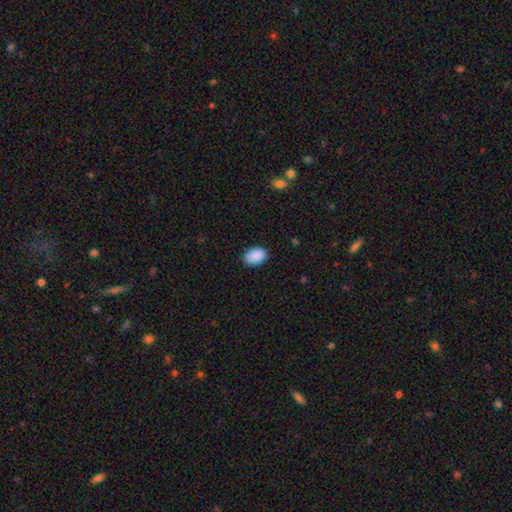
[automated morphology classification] This is clearly a smooth galaxy (90%). How rounded: clearly in between (85%). Merging: clearly none (88%).